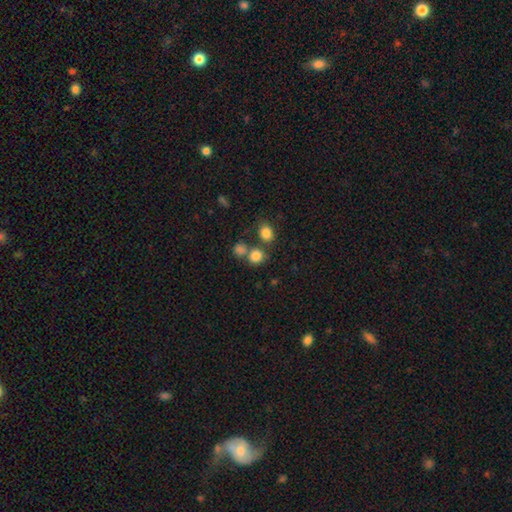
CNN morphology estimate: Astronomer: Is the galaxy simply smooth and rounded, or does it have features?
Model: smooth — 81%.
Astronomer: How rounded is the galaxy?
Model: round — 81%.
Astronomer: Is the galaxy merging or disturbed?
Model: none — 59%.